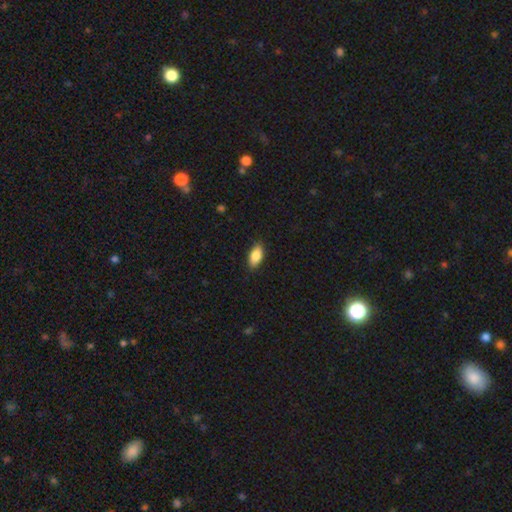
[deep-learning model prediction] This appears to be a smooth galaxy with no disk features (87%) that is in between round and cigar-shaped (90%). Merging: none (86%).